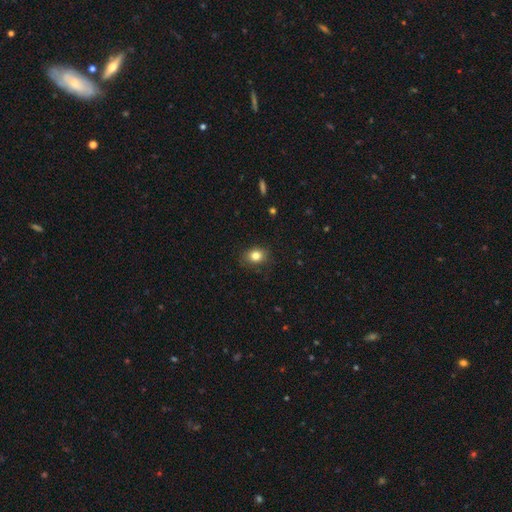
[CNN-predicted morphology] Smooth or featured? smooth (83%)
How rounded? in between (52%)
Merging? none (85%)